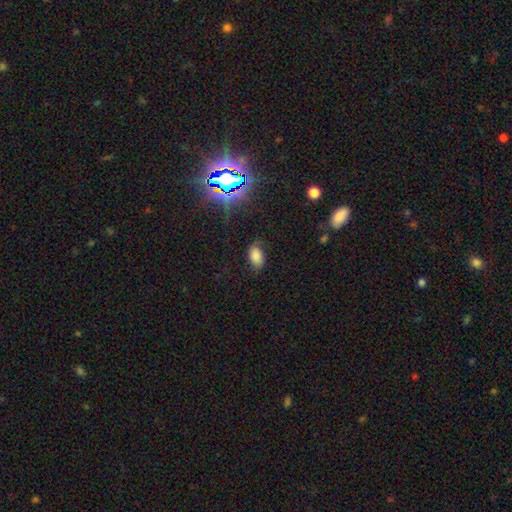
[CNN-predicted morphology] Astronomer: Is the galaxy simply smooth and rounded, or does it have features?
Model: smooth — 72%.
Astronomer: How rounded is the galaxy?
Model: in between — 91%.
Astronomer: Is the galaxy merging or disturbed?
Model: none — 68%.